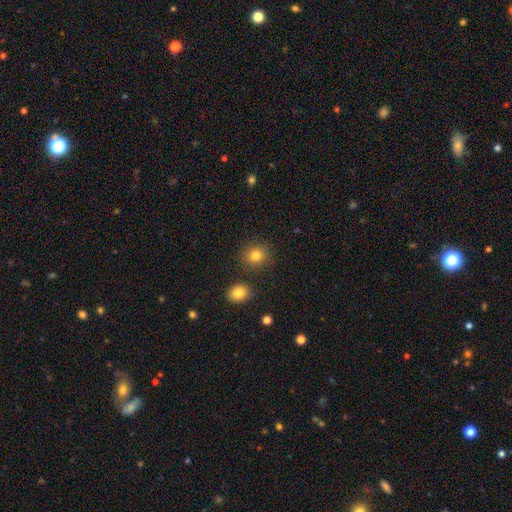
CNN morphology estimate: smooth 83%, star or artifact 11%, featured or disk 6%. Down the decision tree: how rounded — round (83%); merging — none (86%).